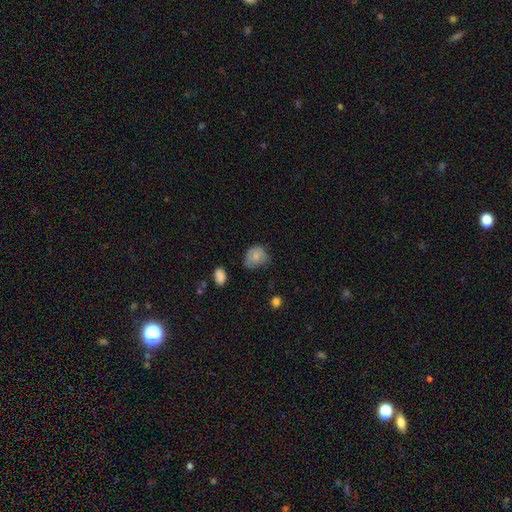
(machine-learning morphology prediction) smooth-or-featured: smooth: 74% | featured or disk: 16% | star or artifact: 9%
  how-rounded: round: 57% | in between: 42% | cigar-shaped: 1%
  merging: none: 44% | minor disturbance: 39% | major disturbance: 14% | merger: 2%